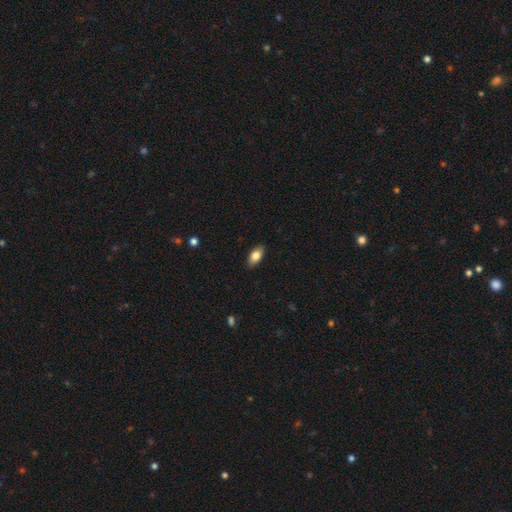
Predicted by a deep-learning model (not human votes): Smooth or featured? smooth (81%)
How rounded? in between (90%)
Merging? none (88%)